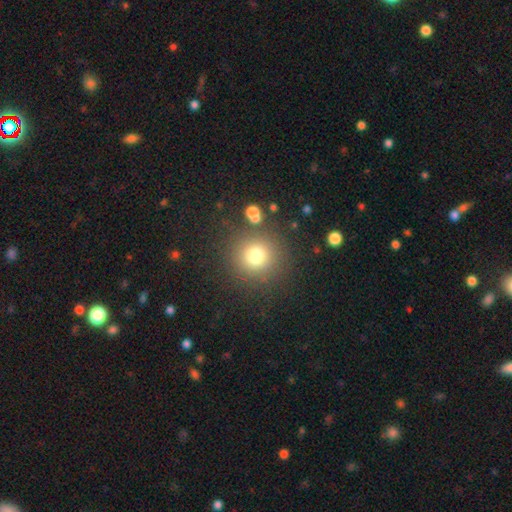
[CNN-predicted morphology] The model was most divided on "smooth or featured": smooth: 75%, star or artifact: 16%, featured or disk: 9%. More confident: how rounded — round (93%); merging — none (83%).